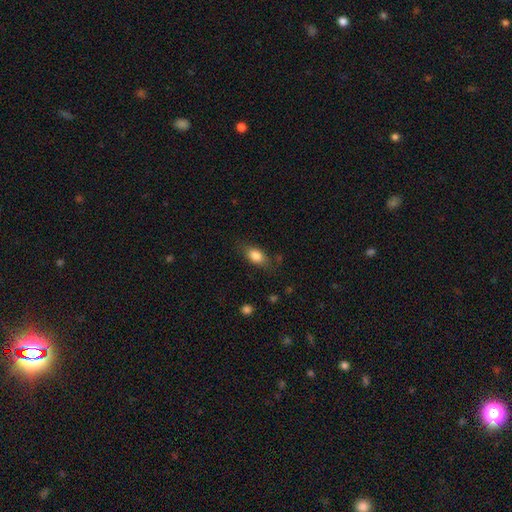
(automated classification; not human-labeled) smooth 82%, featured or disk 10%, star or artifact 8%. Down the decision tree: how rounded — in between (84%); merging — none (77%).